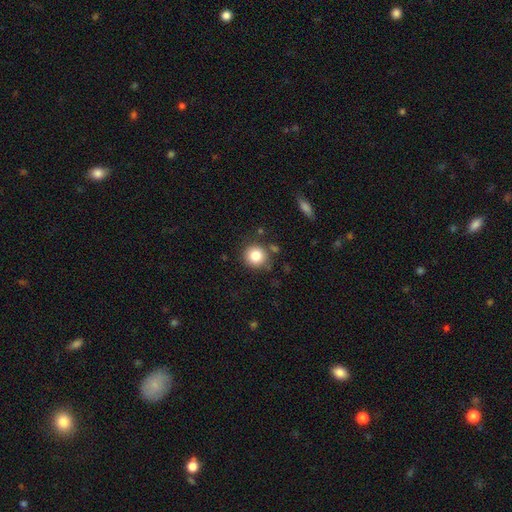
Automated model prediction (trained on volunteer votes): Smooth or featured: smooth — 83% (star or artifact — 10%)
How rounded: round — 92% (in between — 7%)
Merging: none — 81% (minor disturbance — 11%)